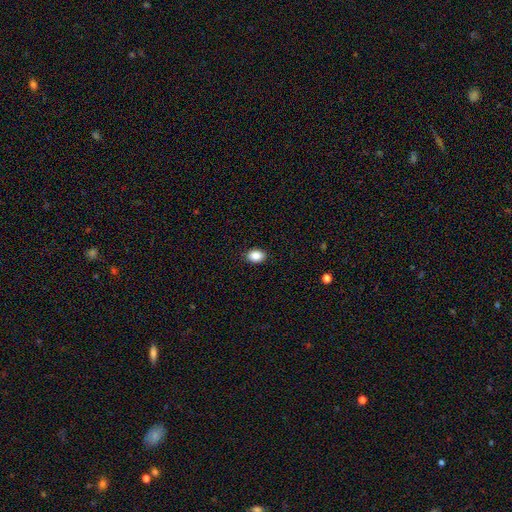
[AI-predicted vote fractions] A smooth galaxy with no disk features (88%) that is in between round and cigar-shaped (73%).

Vote fractions:
- Smooth or featured? smooth: 88% / star or artifact: 8% / featured or disk: 3%
- How rounded? in between: 73% / round: 26% / cigar-shaped: 1%
- Merging? none: 89% / minor disturbance: 8% / major disturbance: 2% / merger: 1%